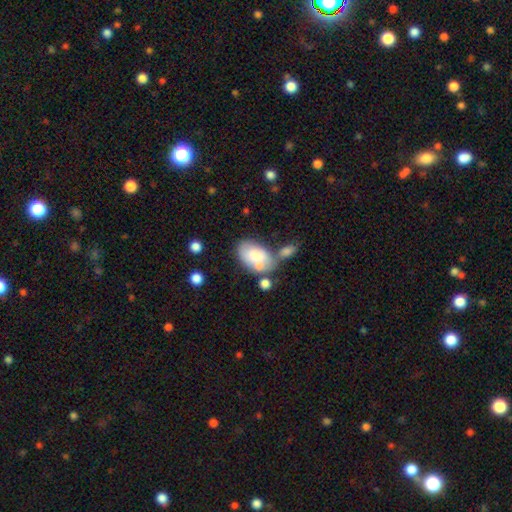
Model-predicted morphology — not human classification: smooth 71%, featured or disk 22%, star or artifact 7%. Down the decision tree: how rounded — in between (91%); merging — merger (36%, tied with none).